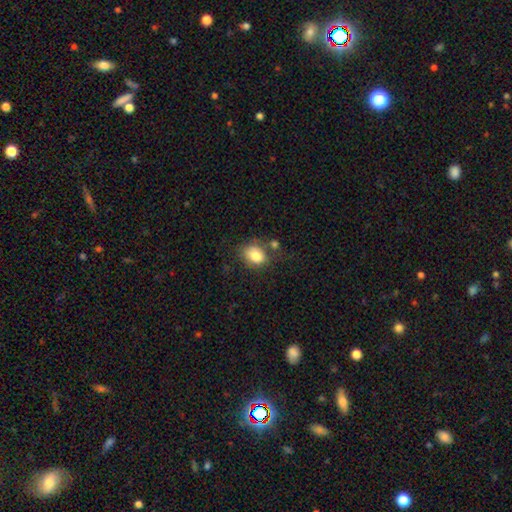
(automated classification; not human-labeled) smooth-or-featured: smooth: 81% | featured or disk: 10% | star or artifact: 9%
  how-rounded: in between: 56% | round: 43% | cigar-shaped: 1%
  merging: none: 57% | minor disturbance: 21% | merger: 14% | major disturbance: 8%